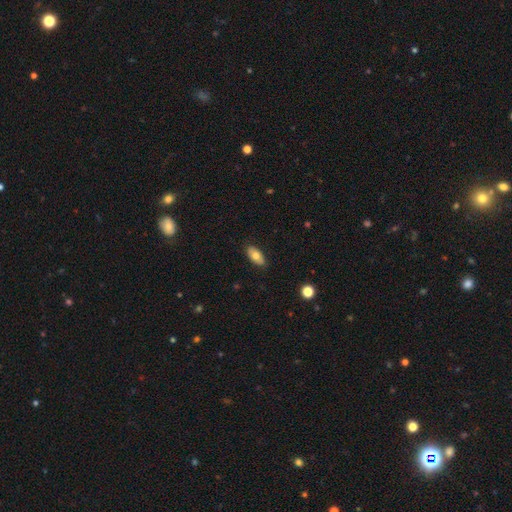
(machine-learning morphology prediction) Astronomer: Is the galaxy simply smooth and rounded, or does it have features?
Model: smooth — 73%.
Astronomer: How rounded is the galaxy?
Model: in between — 90%.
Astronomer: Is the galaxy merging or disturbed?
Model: none — 86%.